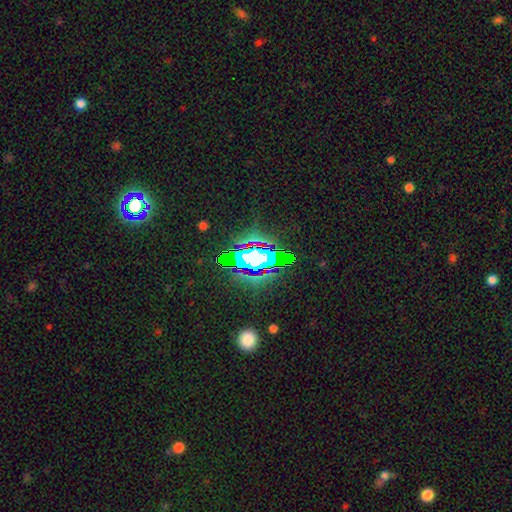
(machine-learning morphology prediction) Smooth or featured: star or artifact — 82% (smooth — 10%)